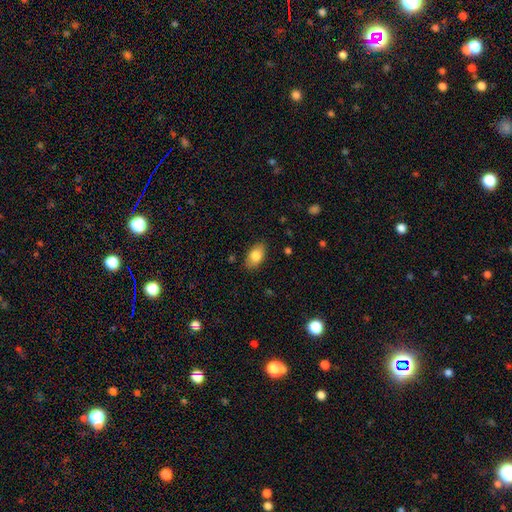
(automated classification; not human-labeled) smooth-or-featured: smooth: 82% | featured or disk: 11% | star or artifact: 7%
  how-rounded: in between: 92% | round: 6% | cigar-shaped: 2%
  merging: none: 85% | minor disturbance: 11% | major disturbance: 3% | merger: 1%